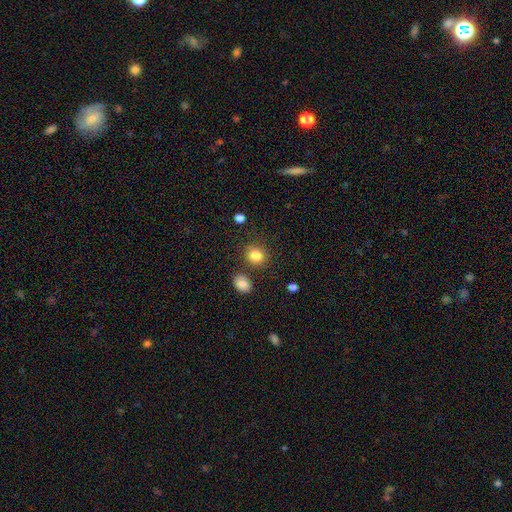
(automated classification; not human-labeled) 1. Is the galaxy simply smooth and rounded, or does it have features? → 85% smooth, 10% star or artifact, 5% featured or disk.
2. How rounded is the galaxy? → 69% round, 30% in between, 1% cigar-shaped.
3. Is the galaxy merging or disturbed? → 78% none, 11% minor disturbance, 7% merger, 4% major disturbance.